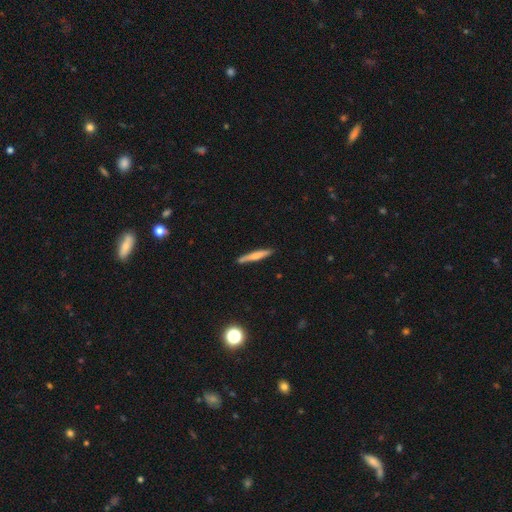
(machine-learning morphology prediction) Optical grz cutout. It shows a smooth galaxy with no disk features (61%) that is cigar-shaped (94%). Merging: none (87%).